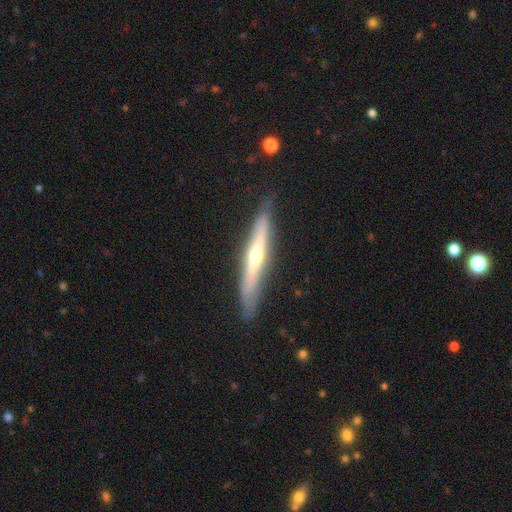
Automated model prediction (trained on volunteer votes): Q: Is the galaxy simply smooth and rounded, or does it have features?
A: featured or disk — 68%.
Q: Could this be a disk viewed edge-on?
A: yes — 92%.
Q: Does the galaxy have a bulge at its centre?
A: rounded — 80%.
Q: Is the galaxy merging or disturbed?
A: none — 84%.